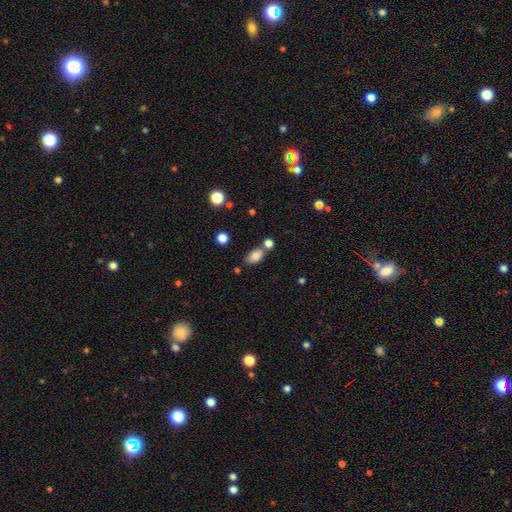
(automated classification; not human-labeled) Smooth or featured?
  - smooth: 83% *
  - star or artifact: 9%
  - featured or disk: 7%
How rounded?
  - in between: 88% *
  - round: 9%
  - cigar-shaped: 3%
Merging?
  - none: 59% *
  - merger: 24%
  - minor disturbance: 13%
  - major disturbance: 4%